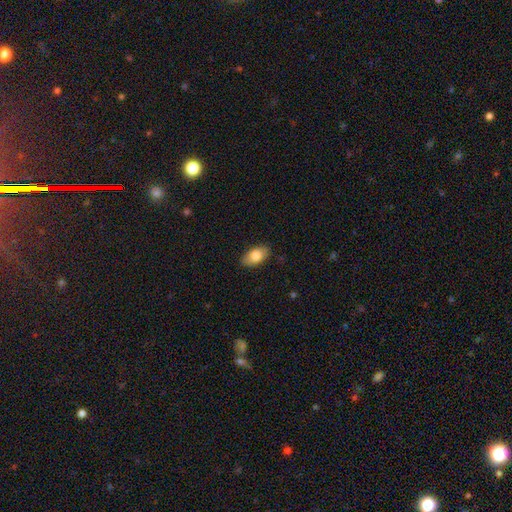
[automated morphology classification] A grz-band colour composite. It shows a smooth galaxy with no disk features (81%) that is in between round and cigar-shaped (93%). Merging: none (86%).